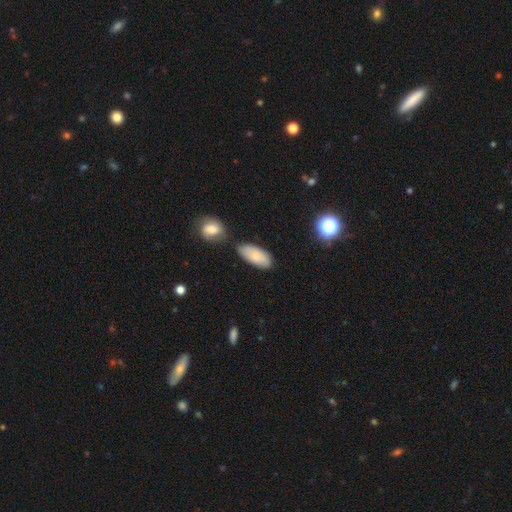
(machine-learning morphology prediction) smooth_or_featured: smooth (p=0.81) [alt: featured or disk p=0.13]
how_rounded: in between (p=0.88) [alt: cigar-shaped p=0.10]
merging: none (p=0.64) [alt: minor disturbance p=0.19]